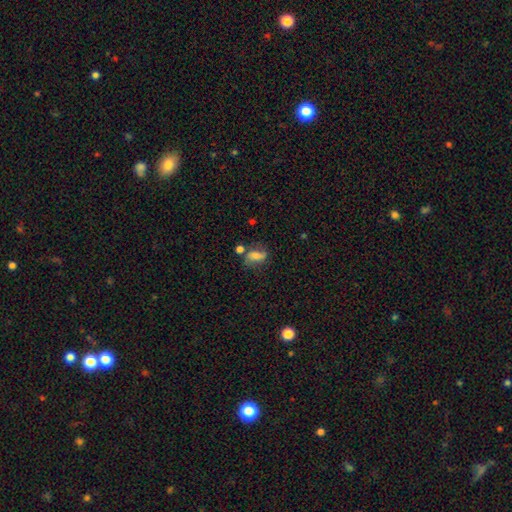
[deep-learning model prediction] Smooth or featured: smooth — 52% (featured or disk — 36%)
How rounded: in between — 77% (round — 16%)
Merging: none — 53% (minor disturbance — 21%)